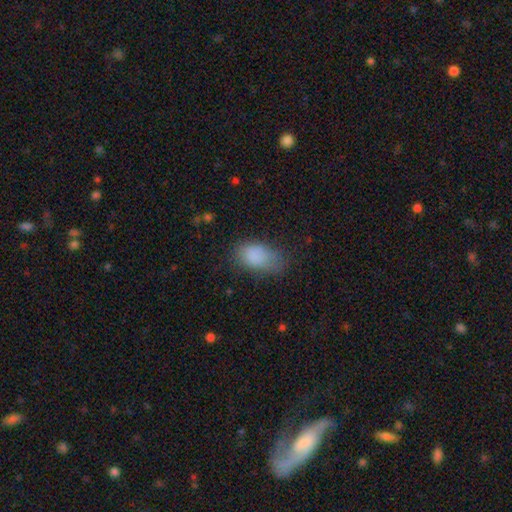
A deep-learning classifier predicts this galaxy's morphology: Smooth or featured?
  - smooth: 84% *
  - star or artifact: 9%
  - featured or disk: 7%
How rounded?
  - in between: 91% *
  - round: 7%
  - cigar-shaped: 2%
Merging?
  - none: 55% *
  - minor disturbance: 30%
  - major disturbance: 13%
  - merger: 2%